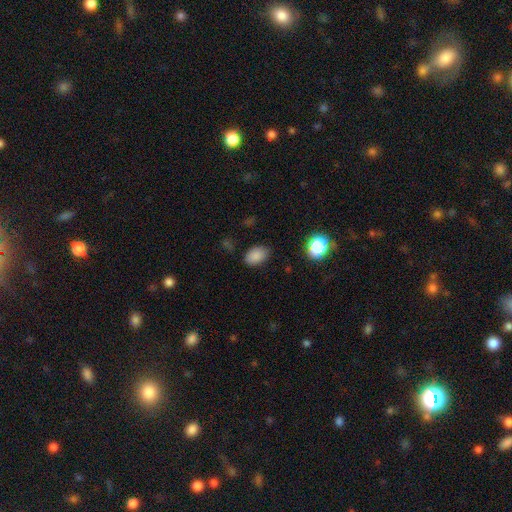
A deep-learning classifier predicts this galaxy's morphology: Smooth or featured? smooth (84%)
How rounded? in between (84%)
Merging? none (80%)